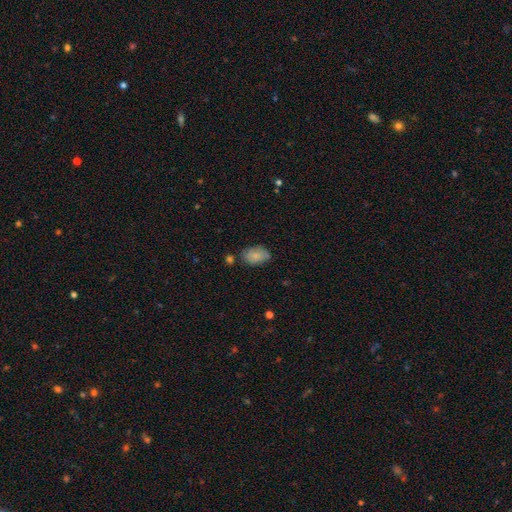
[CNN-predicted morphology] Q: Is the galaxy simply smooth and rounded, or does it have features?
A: smooth — 82%.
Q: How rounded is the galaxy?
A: in between — 87%.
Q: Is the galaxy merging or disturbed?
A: none — 69%.